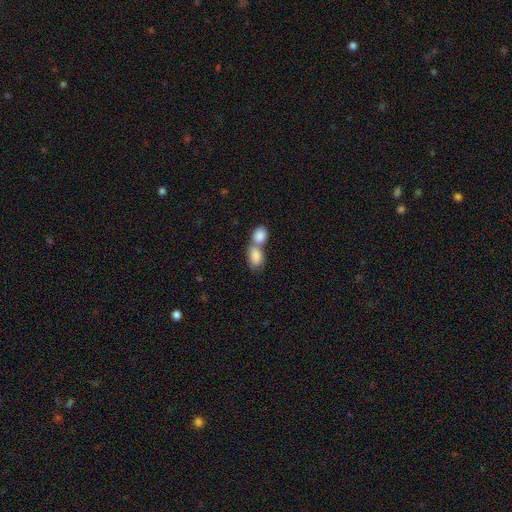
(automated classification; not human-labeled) A smooth galaxy with no disk features (84%) that is in between round and cigar-shaped (86%).

Vote fractions:
- Smooth or featured? smooth: 84% / featured or disk: 9% / star or artifact: 7%
- How rounded? in between: 86% / round: 12% / cigar-shaped: 2%
- Merging? merger: 72% / none: 19% / minor disturbance: 6% / major disturbance: 3%